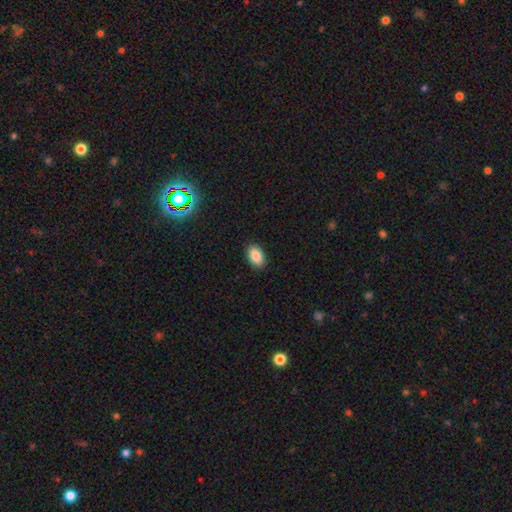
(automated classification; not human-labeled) Smooth or featured? Predicted: smooth (p=0.88). How rounded? Predicted: in between (p=0.92). Merging? Predicted: none (p=0.89).